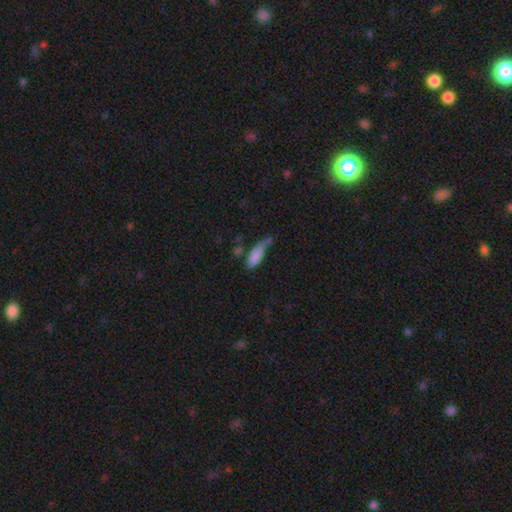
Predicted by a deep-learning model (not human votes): Overall: smooth (80%). How rounded: in between (60%; cigar-shaped 37%). Merging: none (35%; minor disturbance 30%).